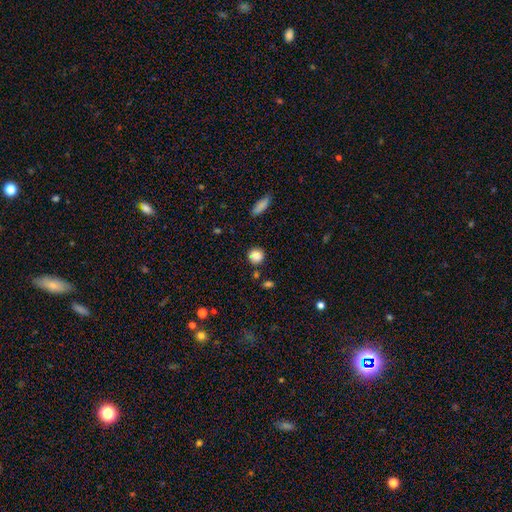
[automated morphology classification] Q: Smooth or featured?
A: smooth (86%); runner-up: star or artifact (9%)
Q: How rounded?
A: round (86%); runner-up: in between (13%)
Q: Merging?
A: none (82%); runner-up: minor disturbance (12%)